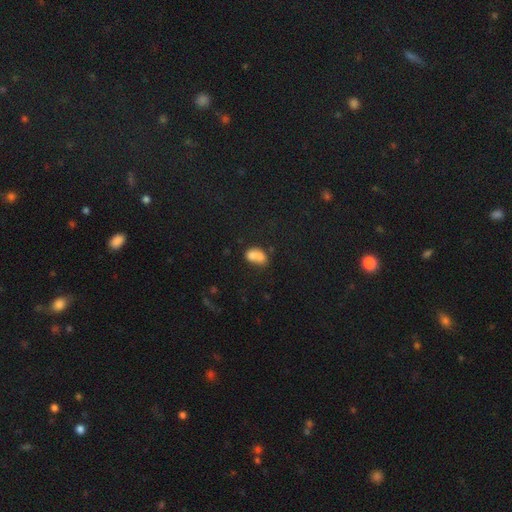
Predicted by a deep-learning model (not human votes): A smooth galaxy with no disk features (72%) that is in between round and cigar-shaped (68%). Merging: merger (62%).